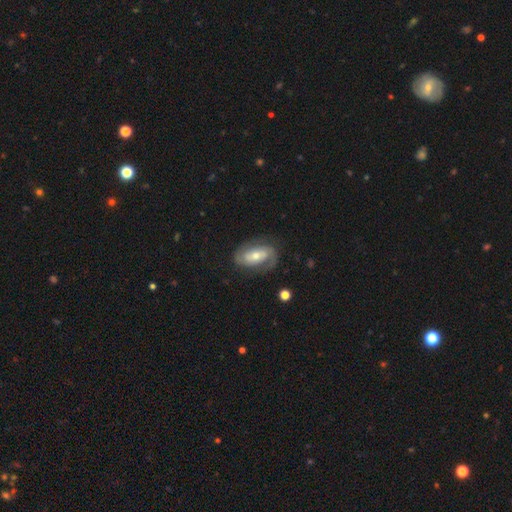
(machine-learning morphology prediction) Smooth or featured? Predicted: featured or disk (p=0.73). Edge-on disk? Predicted: no (p=0.95). Bar? Predicted: no (p=0.42). Spiral arms? Predicted: yes (p=0.87). Spiral winding? Predicted: tight (p=0.41). Spiral arm count? Predicted: 2 (p=0.74). Bulge size? Predicted: moderate (p=0.51). Merging? Predicted: none (p=0.71).